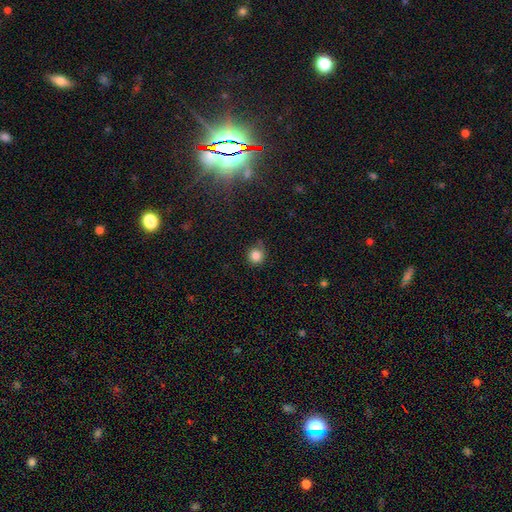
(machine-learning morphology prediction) This appears to be a smooth galaxy with no disk features (83%) that is round (89%). Merging: none (69%).